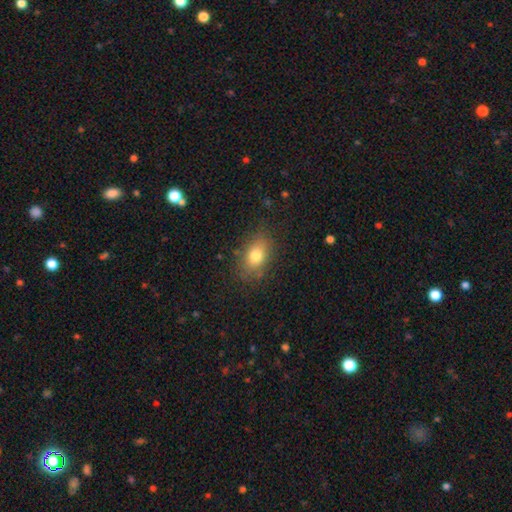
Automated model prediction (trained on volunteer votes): A smooth galaxy with no disk features (77%) that is in between round and cigar-shaped (80%).

Vote fractions:
- Smooth or featured? smooth: 77% / featured or disk: 12% / star or artifact: 10%
- How rounded? in between: 80% / round: 17% / cigar-shaped: 3%
- Merging? none: 80% / minor disturbance: 14% / major disturbance: 4% / merger: 2%